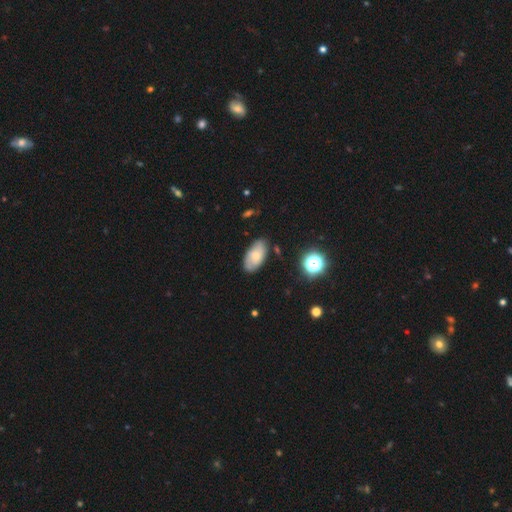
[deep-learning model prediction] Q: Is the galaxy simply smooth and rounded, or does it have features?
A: smooth — 52%.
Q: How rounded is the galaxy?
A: in between — 92%.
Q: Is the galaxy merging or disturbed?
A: none — 75%.